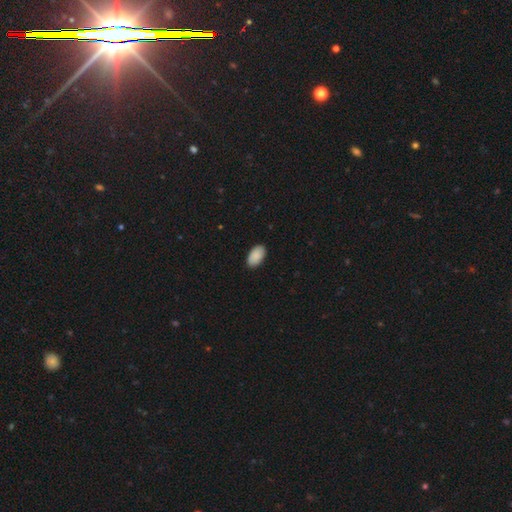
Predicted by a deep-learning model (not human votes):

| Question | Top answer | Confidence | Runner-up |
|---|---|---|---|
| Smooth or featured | smooth | 90% | star or artifact (6%) |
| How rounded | in between | 95% | round (3%) |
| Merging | none | 88% | minor disturbance (10%) |